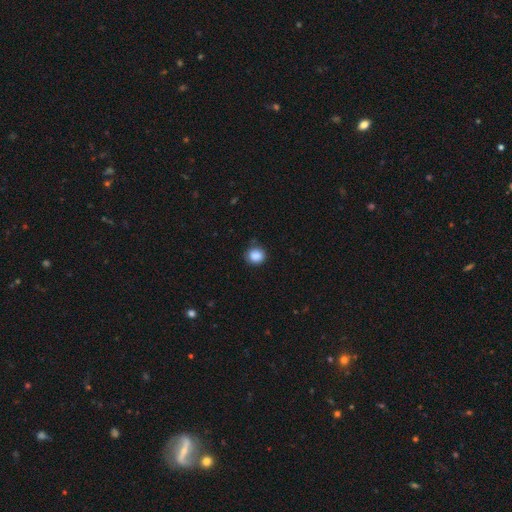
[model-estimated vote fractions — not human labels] Smooth or featured?
  - smooth: 87% *
  - star or artifact: 9%
  - featured or disk: 4%
How rounded?
  - round: 85% *
  - in between: 15%
  - cigar-shaped: 1%
Merging?
  - none: 80% *
  - minor disturbance: 15%
  - major disturbance: 3%
  - merger: 1%